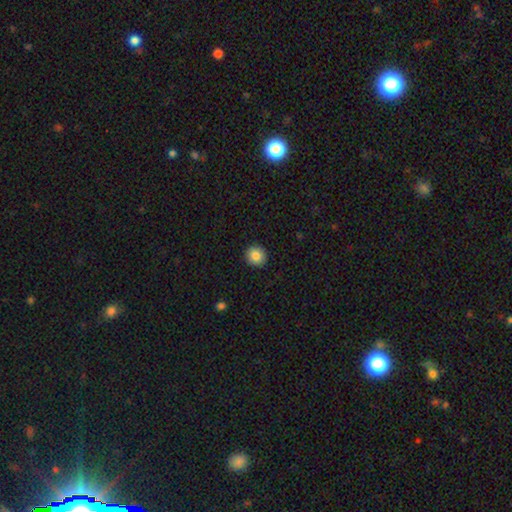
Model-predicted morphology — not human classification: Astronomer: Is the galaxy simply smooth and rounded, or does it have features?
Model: smooth — 85%.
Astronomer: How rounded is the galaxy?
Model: round — 92%.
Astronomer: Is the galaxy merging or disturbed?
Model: none — 92%.